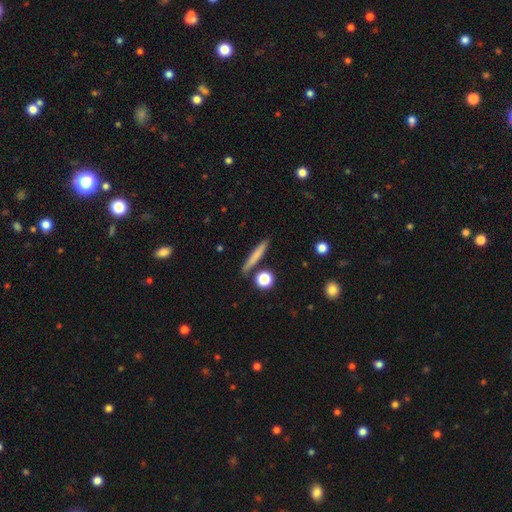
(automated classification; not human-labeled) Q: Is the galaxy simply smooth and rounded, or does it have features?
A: smooth — 71%.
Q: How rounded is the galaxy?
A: cigar-shaped — 89%.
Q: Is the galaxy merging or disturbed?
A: none — 83%.